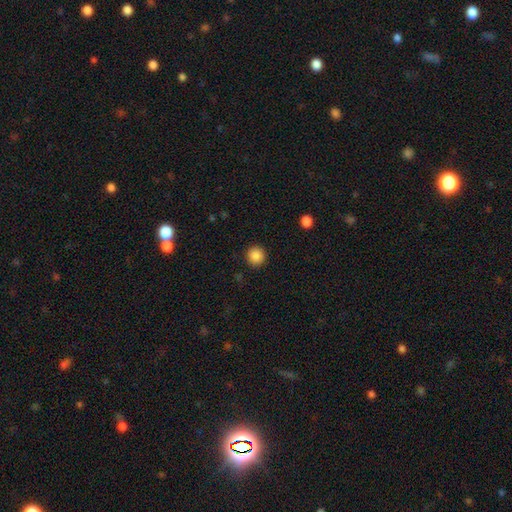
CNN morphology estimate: This appears to be a smooth galaxy with no disk features (87%) that is round (93%). Merging: none (91%).